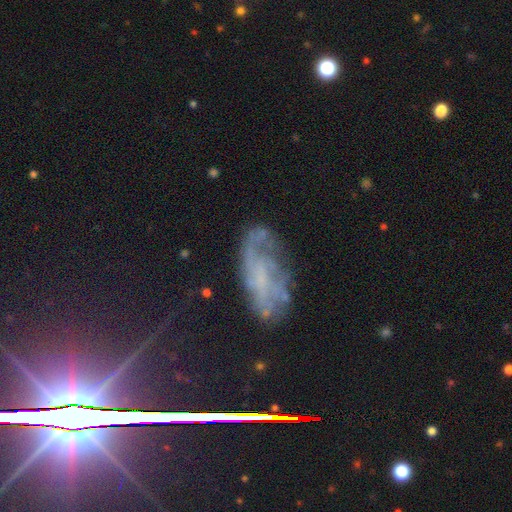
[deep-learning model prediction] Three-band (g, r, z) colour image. It shows a featured or disk galaxy (64%) with no bar (68%), spiral arms (67%) and no central bulge (65%). Merging: none (53%).